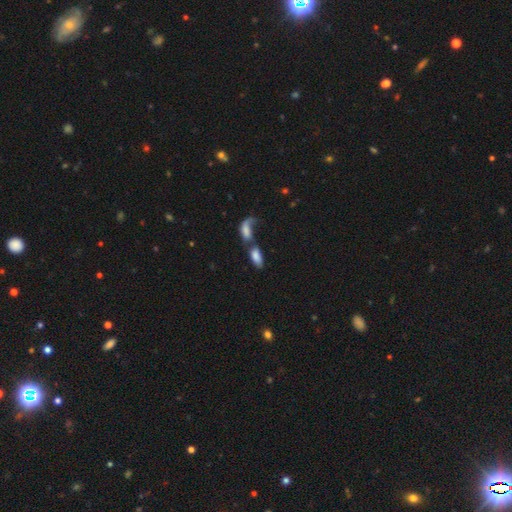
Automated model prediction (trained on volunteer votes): smooth-or-featured: smooth: 76% | featured or disk: 16% | star or artifact: 8%
  how-rounded: in between: 86% | cigar-shaped: 11% | round: 4%
  merging: merger: 60% | none: 22% | major disturbance: 9% | minor disturbance: 8%